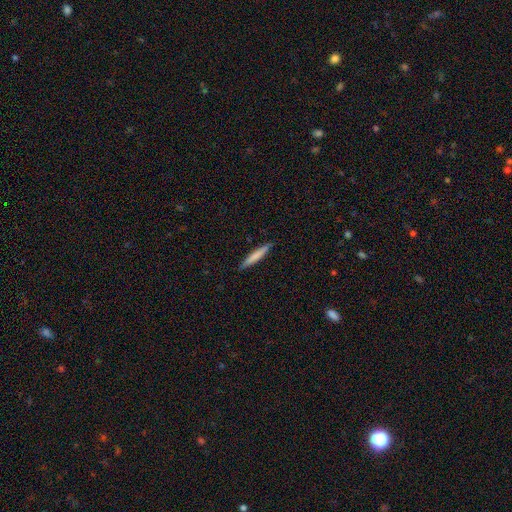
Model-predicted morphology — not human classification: This appears to be a smooth galaxy with no disk features (71%) that is cigar-shaped (94%). Merging: none (90%).